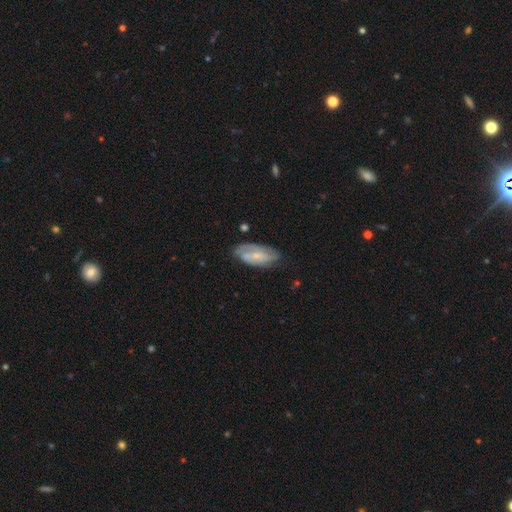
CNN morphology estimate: Q: Smooth or featured?
A: featured or disk (62%); runner-up: smooth (32%)
Q: Edge-on disk?
A: no (92%); runner-up: yes (8%)
Q: Bar?
A: no (50%); runner-up: weak (36%)
Q: Spiral arms?
A: yes (80%); runner-up: no (20%)
Q: Bulge size?
A: small (65%); runner-up: moderate (25%)
Q: Merging?
A: none (65%); runner-up: minor disturbance (24%)